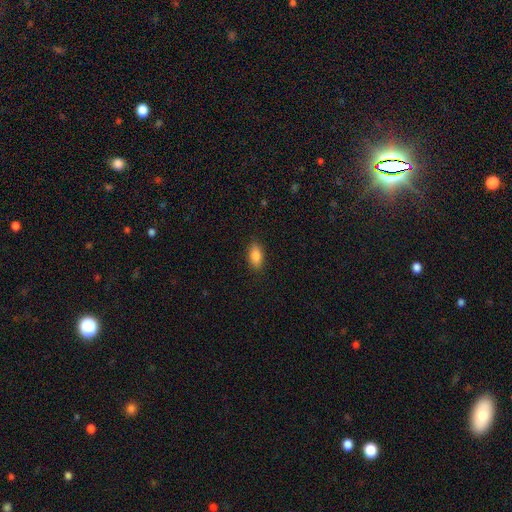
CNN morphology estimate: A smooth galaxy with no disk features (86%) that is in between round and cigar-shaped (89%). Merging: none (87%).